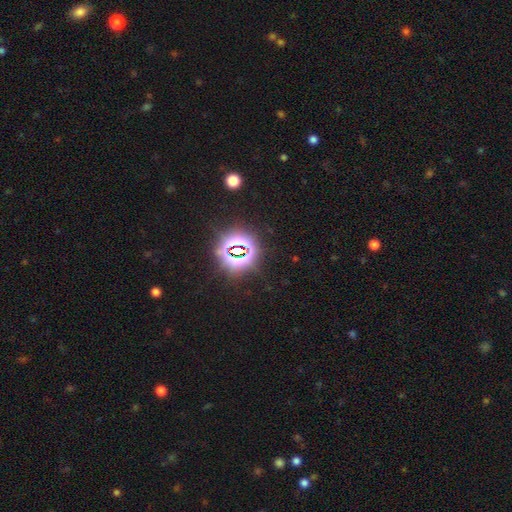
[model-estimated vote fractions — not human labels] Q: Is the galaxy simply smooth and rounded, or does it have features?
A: star or artifact — 79%.